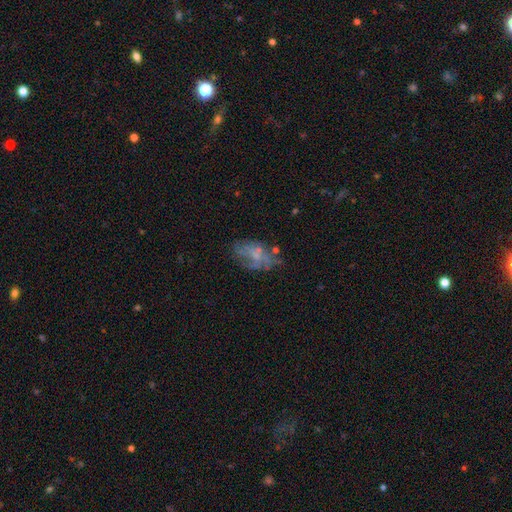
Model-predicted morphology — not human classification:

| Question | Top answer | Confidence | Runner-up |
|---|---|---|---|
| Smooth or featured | featured or disk | 54% | smooth (33%) |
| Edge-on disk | no | 96% | yes (4%) |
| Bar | no | 79% | weak (18%) |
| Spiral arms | no | 62% | yes (38%) |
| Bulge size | none | 40% | small (38%) |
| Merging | none | 51% | minor disturbance (23%) |